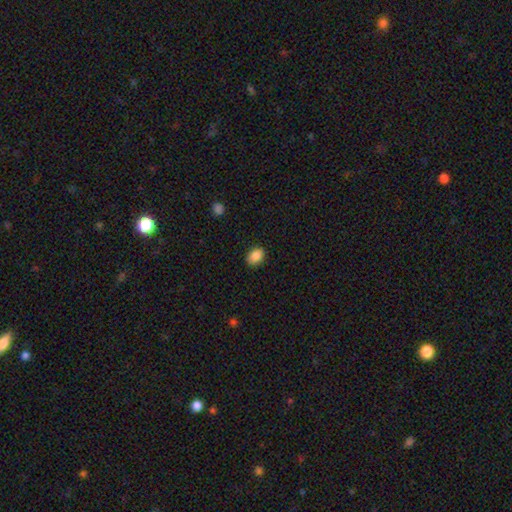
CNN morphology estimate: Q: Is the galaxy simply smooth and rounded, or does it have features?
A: smooth — 88%.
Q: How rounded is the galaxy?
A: in between — 76%.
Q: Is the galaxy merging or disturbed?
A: none — 89%.